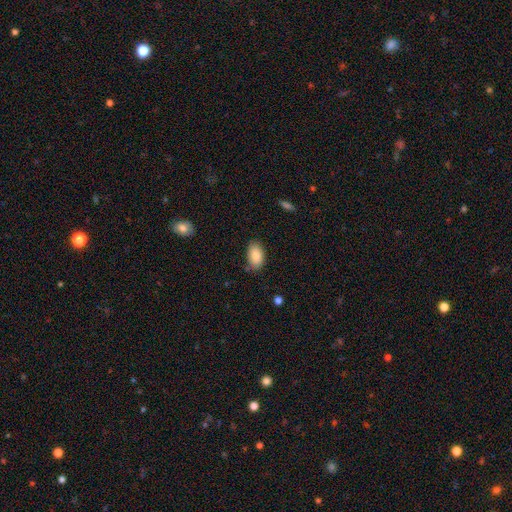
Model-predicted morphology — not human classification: A smooth galaxy with no disk features (88%) that is in between round and cigar-shaped (94%).

Vote fractions:
- Smooth or featured? smooth: 88% / star or artifact: 7% / featured or disk: 5%
- How rounded? in between: 94% / round: 5% / cigar-shaped: 2%
- Merging? none: 79% / minor disturbance: 15% / major disturbance: 3% / merger: 2%